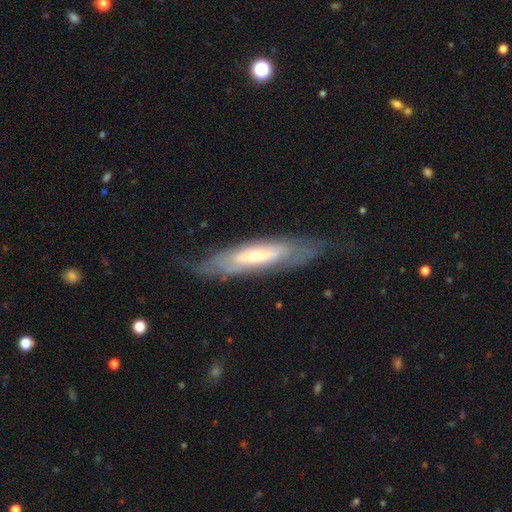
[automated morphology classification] Smooth or featured: featured or disk — 67% (smooth — 27%)
Edge-on disk: no — 62% (yes — 38%)
Merging: none — 68% (minor disturbance — 21%)